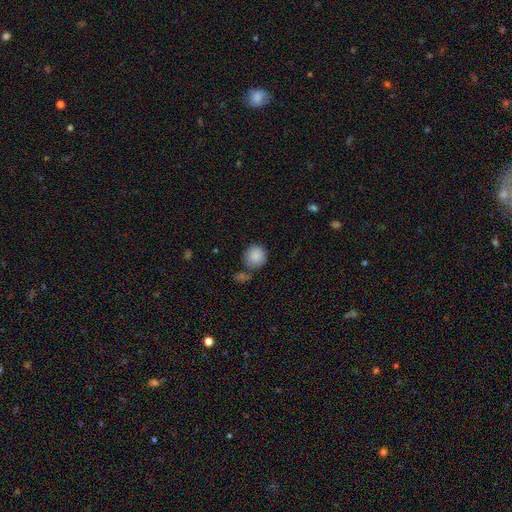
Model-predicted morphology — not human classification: The model was most divided on "merging": none: 68%, merger: 16%, minor disturbance: 12%, major disturbance: 4%. More confident: how rounded — round (91%); smooth or featured — smooth (87%).